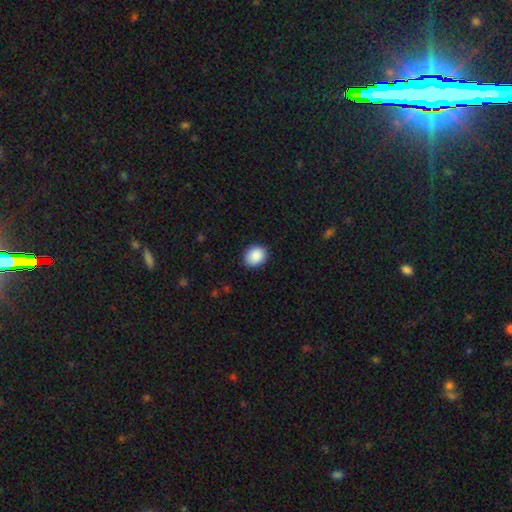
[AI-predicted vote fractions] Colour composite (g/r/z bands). It shows a smooth galaxy with no disk features (90%) that is round (51%). Merging: none (88%).